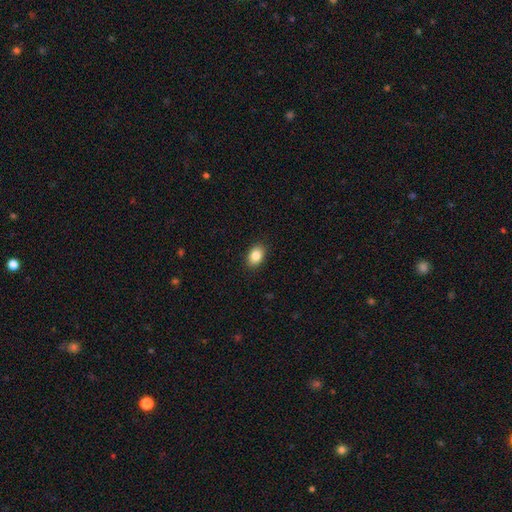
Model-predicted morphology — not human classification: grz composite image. It shows a smooth galaxy with no disk features (86%) that is in between round and cigar-shaped (82%). Merging: none (90%).